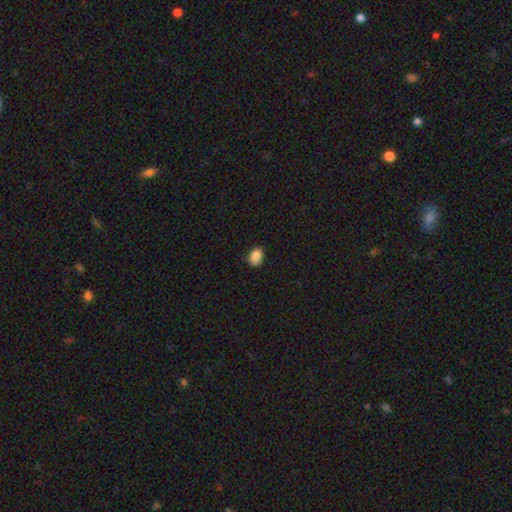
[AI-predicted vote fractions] Smooth or featured? smooth (86%)
How rounded? in between (71%)
Merging? none (76%)